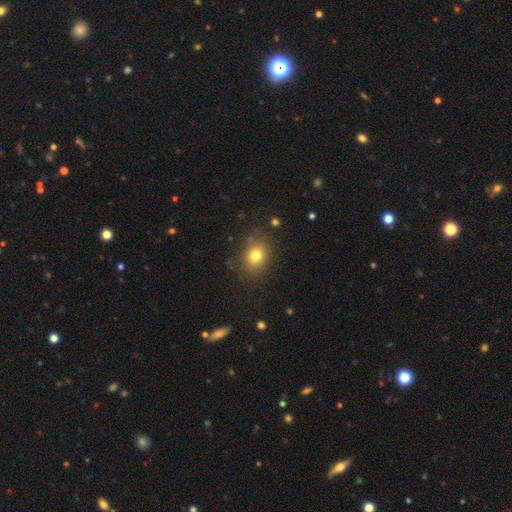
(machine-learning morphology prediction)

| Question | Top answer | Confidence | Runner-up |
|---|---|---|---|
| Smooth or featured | smooth | 78% | star or artifact (13%) |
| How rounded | round | 59% | in between (40%) |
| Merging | none | 82% | minor disturbance (12%) |